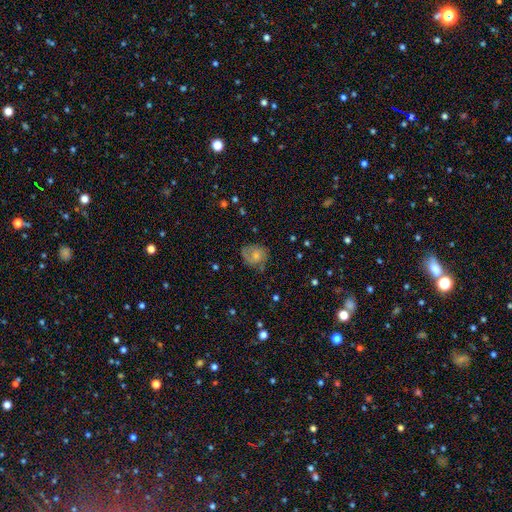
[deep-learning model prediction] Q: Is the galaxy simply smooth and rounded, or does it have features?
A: featured or disk — 48%.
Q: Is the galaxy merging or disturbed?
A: none — 62%.